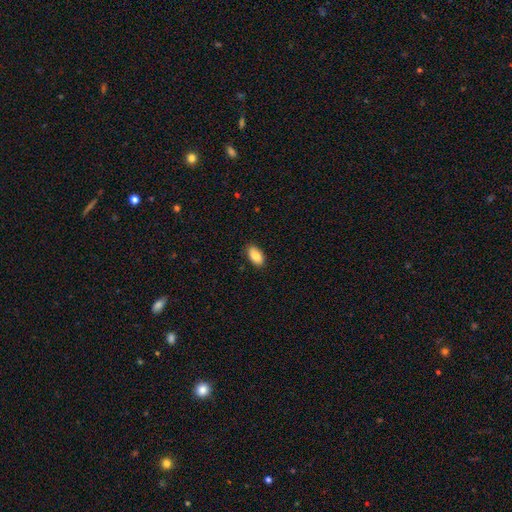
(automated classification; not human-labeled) Morphology: type=smooth (85%); roundness=in between (93%); merging=none (88%).